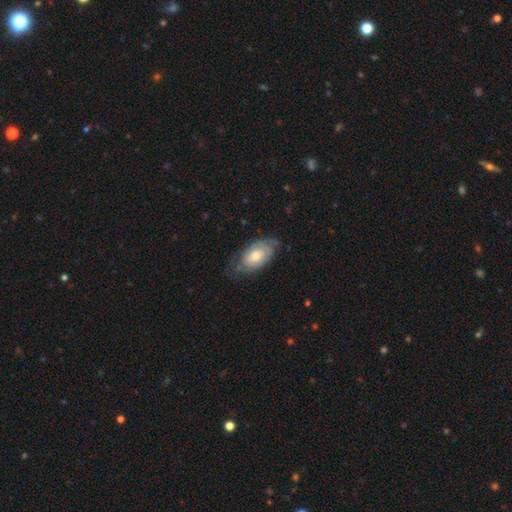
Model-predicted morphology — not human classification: smooth_or_featured: featured or disk (p=0.63) [alt: smooth p=0.31]
disk_edge_on: no (p=0.93) [alt: yes p=0.07]
bar: no (p=0.77) [alt: weak p=0.19]
has_spiral_arms: yes (p=0.83) [alt: no p=0.17]
bulge_size: moderate (p=0.64) [alt: small p=0.23]
merging: none (p=0.68) [alt: minor disturbance p=0.23]